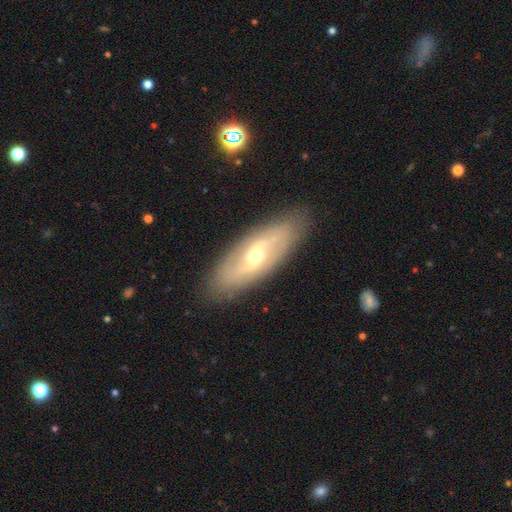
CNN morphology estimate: smooth-or-featured: featured or disk: 70% | smooth: 24% | star or artifact: 7%
  disk-edge-on: no: 81% | yes: 19%
    bar: weak: 45% | no: 32% | strong: 23%
    has-spiral-arms: yes: 64% | no: 36%
    bulge-size: moderate: 57% | small: 38% | large: 3% | none: 1% | dominant: 1%
  merging: none: 86% | minor disturbance: 10% | major disturbance: 3% | merger: 1%